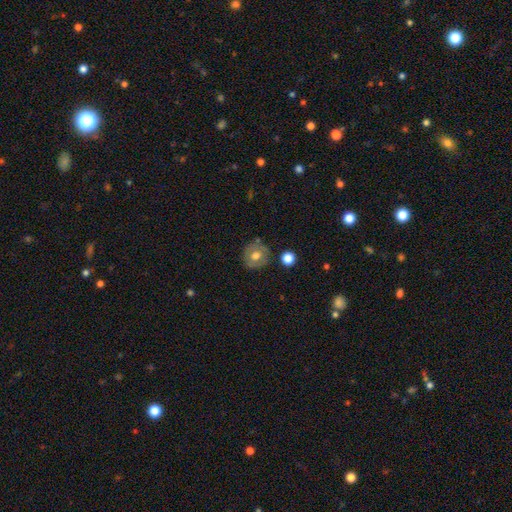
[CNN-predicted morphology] The model was most divided on "smooth or featured": smooth: 59%, featured or disk: 32%, star or artifact: 9%. More confident: how rounded — round (86%); merging — none (81%).